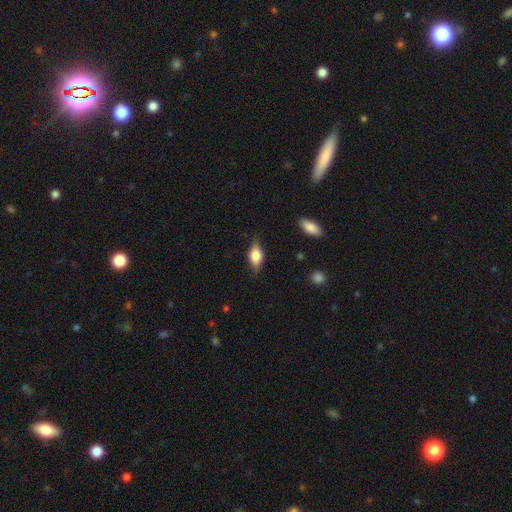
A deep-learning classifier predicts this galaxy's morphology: Smooth or featured? Predicted: smooth (p=0.56). How rounded? Predicted: in between (p=0.79). Merging? Predicted: none (p=0.77).